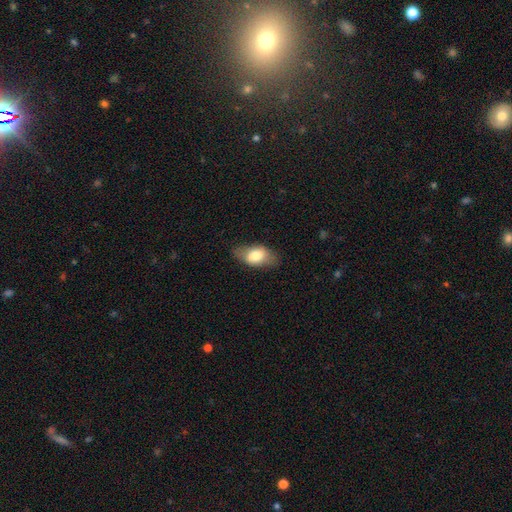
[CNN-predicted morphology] Q: Smooth or featured?
A: smooth (72%); runner-up: featured or disk (21%)
Q: How rounded?
A: in between (89%); runner-up: round (7%)
Q: Merging?
A: none (76%); runner-up: minor disturbance (18%)